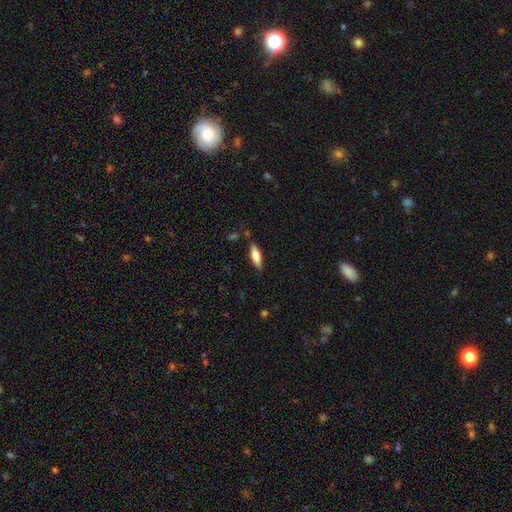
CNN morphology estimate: smooth-or-featured: smooth: 67% | featured or disk: 27% | star or artifact: 6%
  how-rounded: cigar-shaped: 52% | in between: 46% | round: 2%
  merging: none: 81% | minor disturbance: 13% | major disturbance: 3% | merger: 2%